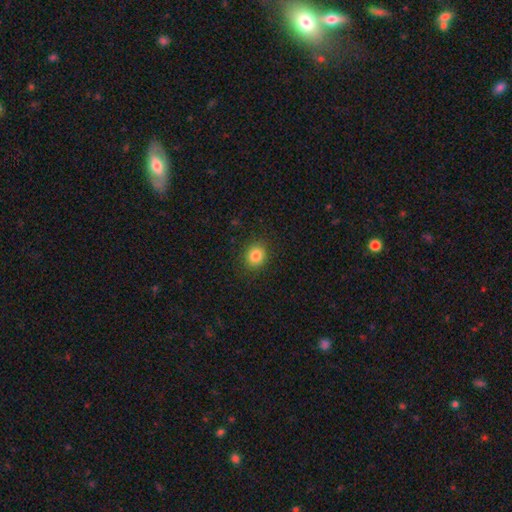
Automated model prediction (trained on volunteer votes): Smooth or featured: smooth — 84% (star or artifact — 11%)
How rounded: round — 71% (in between — 28%)
Merging: none — 88% (minor disturbance — 8%)